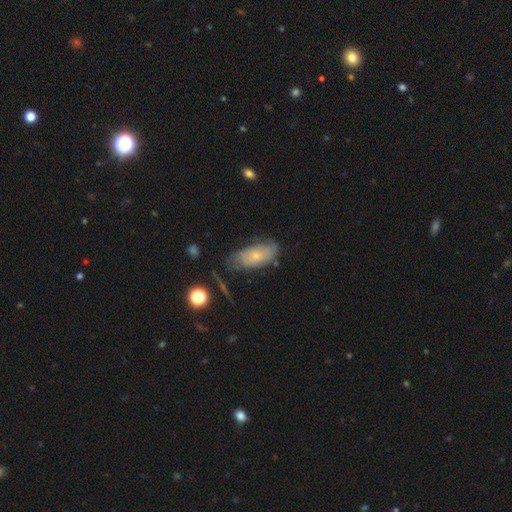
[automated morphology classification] The model was most divided on "smooth or featured": smooth: 48%, featured or disk: 44%, star or artifact: 8%. More confident: merging — none (51%).